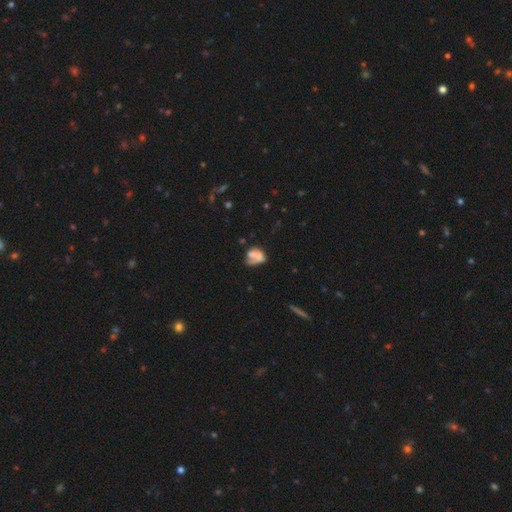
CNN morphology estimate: The model was most divided on "merging": none: 32%, major disturbance: 30%, minor disturbance: 24%, merger: 14%. More confident: how rounded — in between (66%); smooth or featured — smooth (52%).